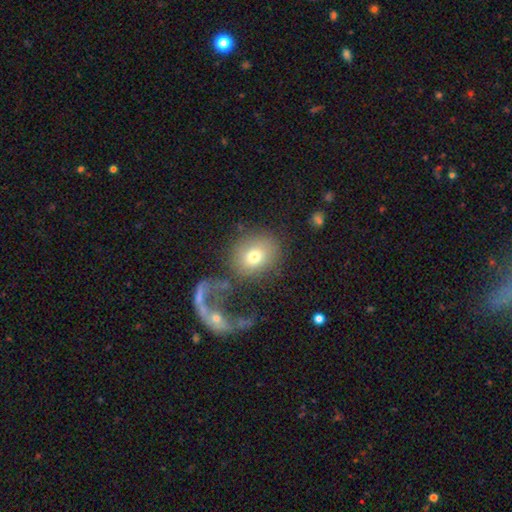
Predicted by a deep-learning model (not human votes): A smooth galaxy with no disk features (65%) that is round (69%).

Vote fractions:
- Smooth or featured? smooth: 65% / featured or disk: 23% / star or artifact: 12%
- How rounded? round: 69% / in between: 30% / cigar-shaped: 1%
- Merging? none: 44% / merger: 23% / major disturbance: 23% / minor disturbance: 11%